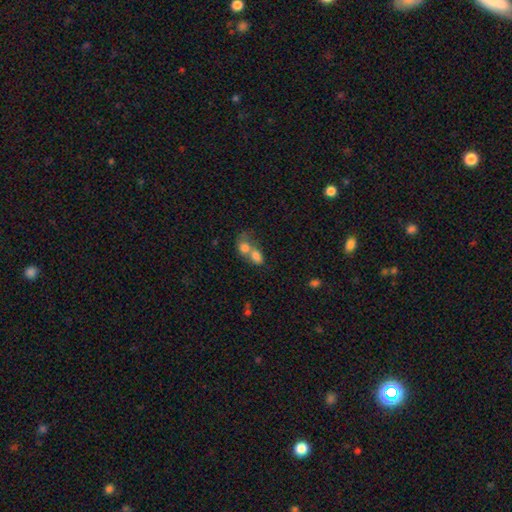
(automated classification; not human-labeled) This is likely a smooth galaxy (75%). How rounded: likely in between (64%). Merging: likely merger (73%).